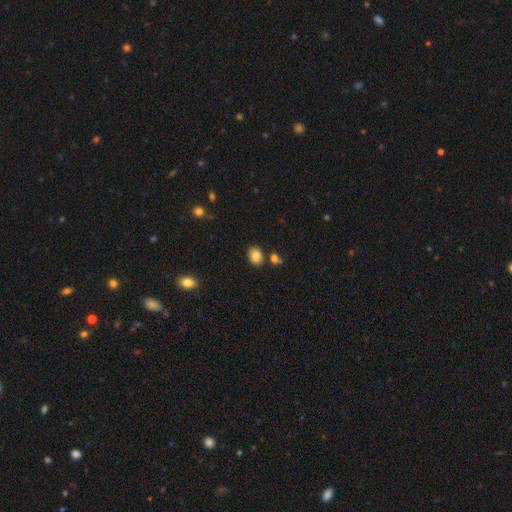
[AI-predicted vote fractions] The model was most divided on "how rounded": in between: 64%, round: 35%, cigar-shaped: 1%. More confident: smooth or featured — smooth (83%); merging — none (81%).